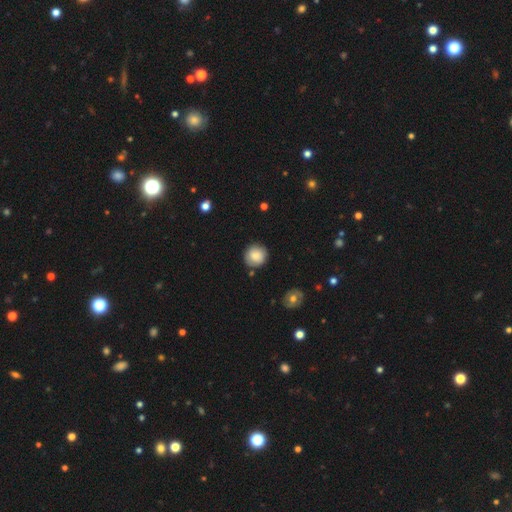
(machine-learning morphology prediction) This appears to be a smooth galaxy with no disk features (80%) that is round (93%). Merging: none (85%).